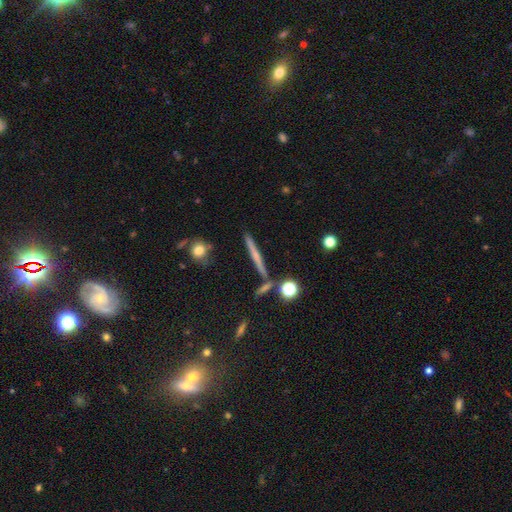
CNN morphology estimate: A featured or disk galaxy (52%) viewed edge-on (95%).

Vote fractions:
- Smooth or featured? featured or disk: 52% / smooth: 38% / star or artifact: 11%
- Edge-on disk? yes: 95% / no: 5%
- Merging? none: 83% / minor disturbance: 9% / merger: 6% / major disturbance: 2%